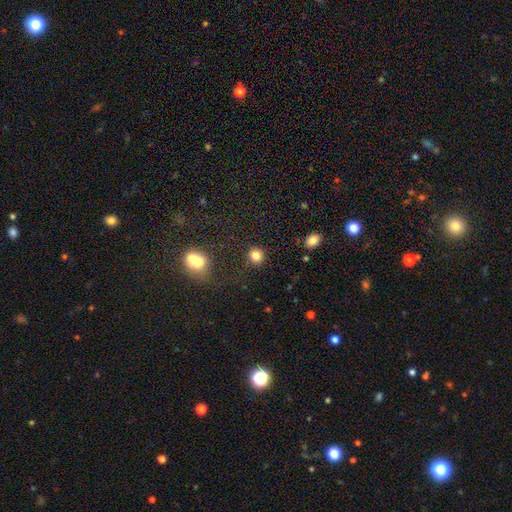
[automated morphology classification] A smooth galaxy with no disk features (83%) that is round (88%). Merging: none (84%).